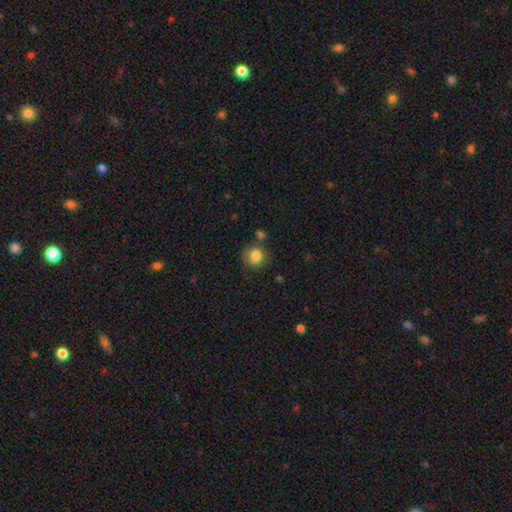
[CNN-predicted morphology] Smooth or featured?
  - smooth: 84% *
  - star or artifact: 10%
  - featured or disk: 7%
How rounded?
  - round: 85% *
  - in between: 14%
  - cigar-shaped: 1%
Merging?
  - none: 74% *
  - minor disturbance: 13%
  - merger: 9%
  - major disturbance: 4%